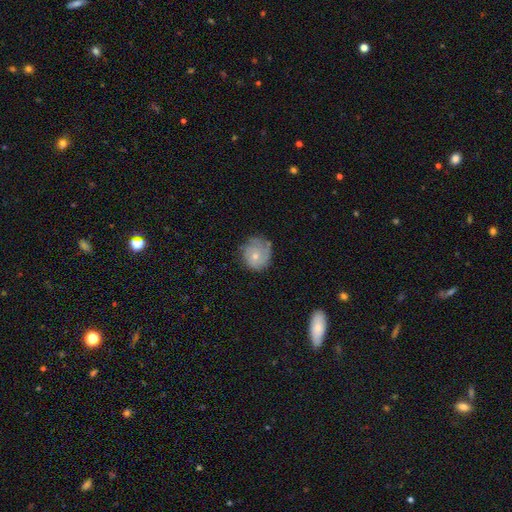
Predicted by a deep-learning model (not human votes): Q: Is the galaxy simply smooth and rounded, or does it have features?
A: smooth — 46%, tied with featured or disk.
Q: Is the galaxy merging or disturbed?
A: none — 64%.